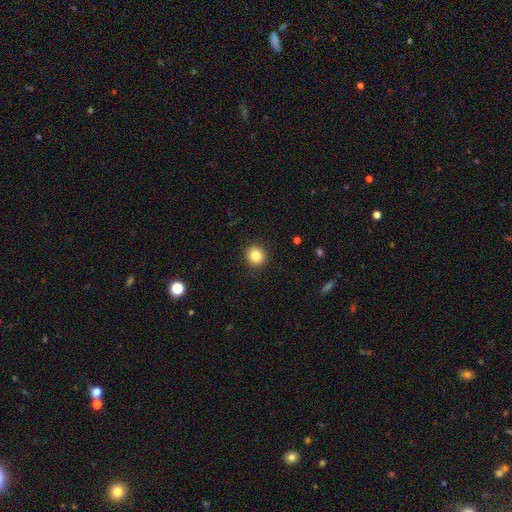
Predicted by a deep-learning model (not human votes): smooth 84%, star or artifact 10%, featured or disk 5%. Down the decision tree: how rounded — round (91%); merging — none (92%).